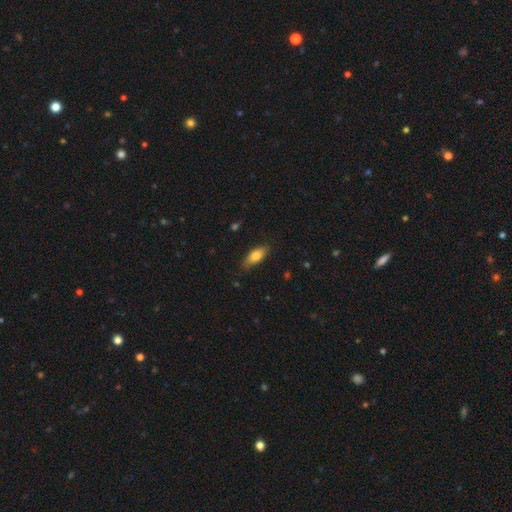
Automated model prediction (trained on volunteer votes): The model was most divided on "merging": none: 79%, minor disturbance: 17%, major disturbance: 3%, merger: 1%. More confident: how rounded — in between (80%); smooth or featured — smooth (79%).